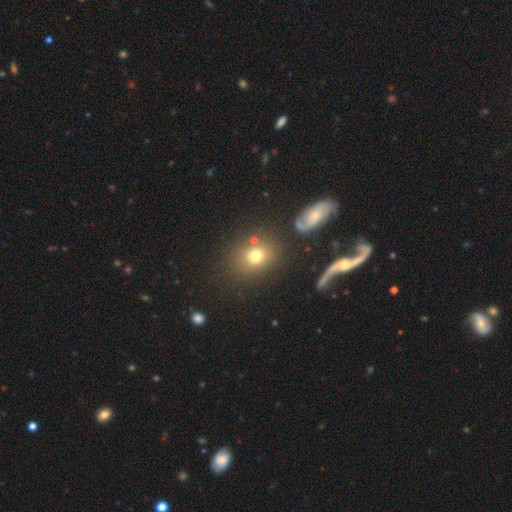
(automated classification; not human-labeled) smooth-or-featured: smooth: 72% | star or artifact: 15% | featured or disk: 13%
  how-rounded: round: 59% | in between: 39% | cigar-shaped: 1%
  merging: none: 75% | minor disturbance: 12% | merger: 8% | major disturbance: 5%